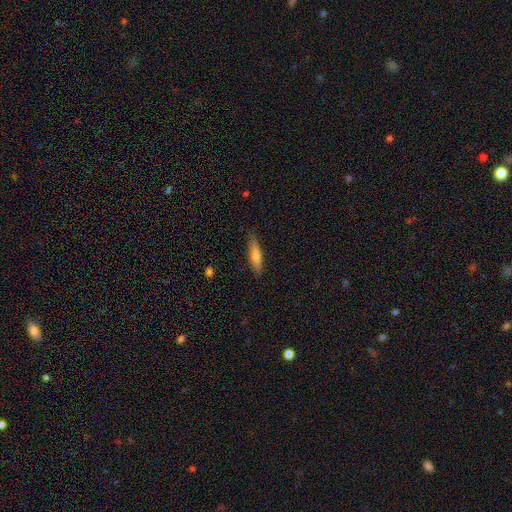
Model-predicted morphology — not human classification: Smooth or featured: smooth — 64% (featured or disk — 30%)
How rounded: cigar-shaped — 79% (in between — 19%)
Merging: none — 87% (minor disturbance — 10%)